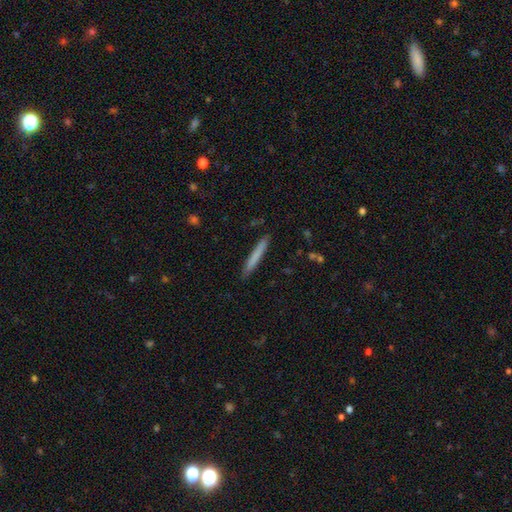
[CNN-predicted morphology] smooth-or-featured: smooth: 74% | featured or disk: 20% | star or artifact: 6%
  how-rounded: cigar-shaped: 96% | in between: 2% | round: 1%
  merging: none: 90% | minor disturbance: 8% | major disturbance: 1% | merger: 1%